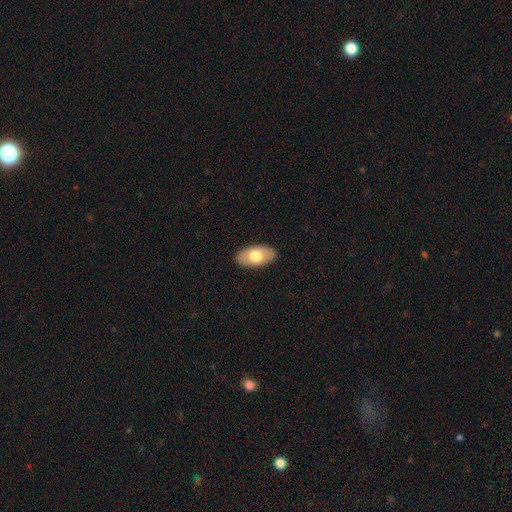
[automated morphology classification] smooth 67%, featured or disk 27%, star or artifact 6%. Down the decision tree: how rounded — in between (94%); merging — none (88%).